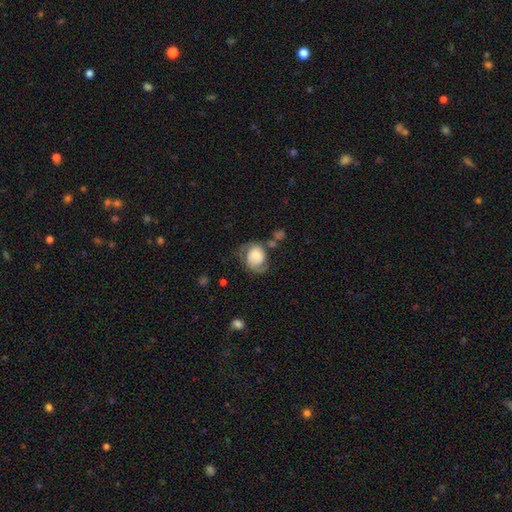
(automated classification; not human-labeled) Smooth or featured: featured or disk — 59% (smooth — 33%)
Edge-on disk: no — 98% (yes — 2%)
Bar: no — 70% (weak — 25%)
Spiral arms: yes — 86% (no — 14%)
Bulge size: small — 26% (tied with moderate — 26%)
Merging: none — 43% (major disturbance — 26%)